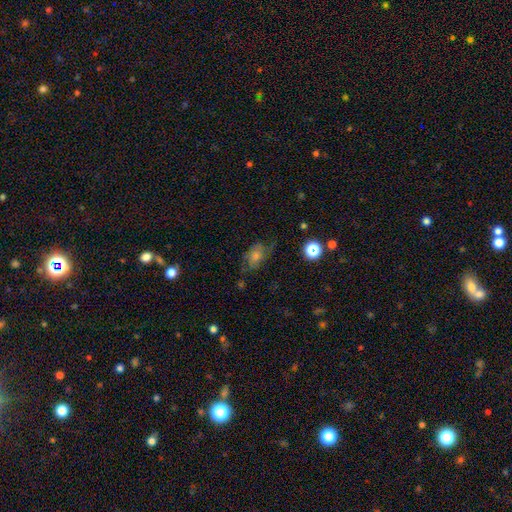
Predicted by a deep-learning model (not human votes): Morphology: type=featured or disk (42%); merging=none (66%).